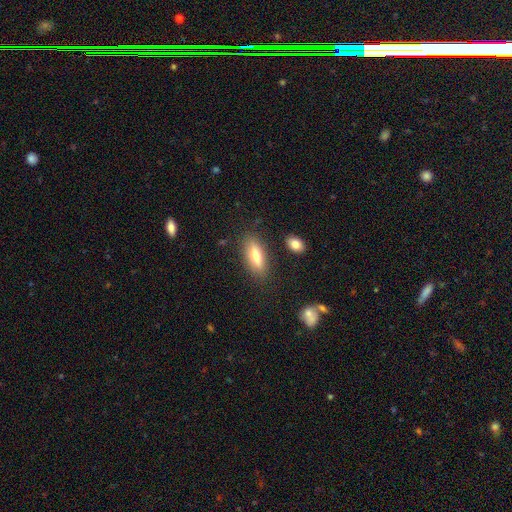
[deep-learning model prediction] A smooth galaxy with no disk features (70%) that is in between round and cigar-shaped (62%). Merging: none (82%).